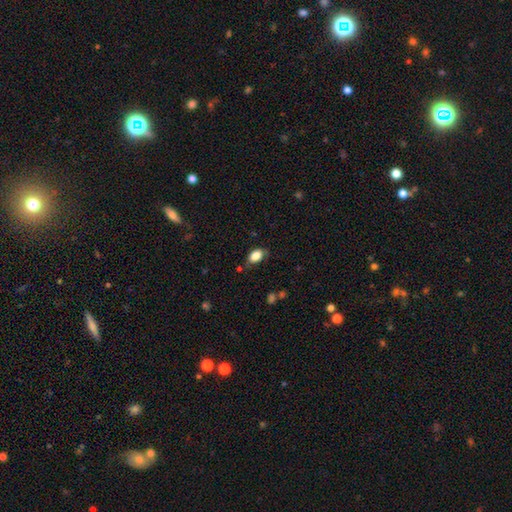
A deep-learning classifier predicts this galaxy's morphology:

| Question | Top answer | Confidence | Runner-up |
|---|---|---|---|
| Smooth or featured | smooth | 85% | star or artifact (8%) |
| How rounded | in between | 89% | round (9%) |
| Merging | none | 70% | minor disturbance (22%) |